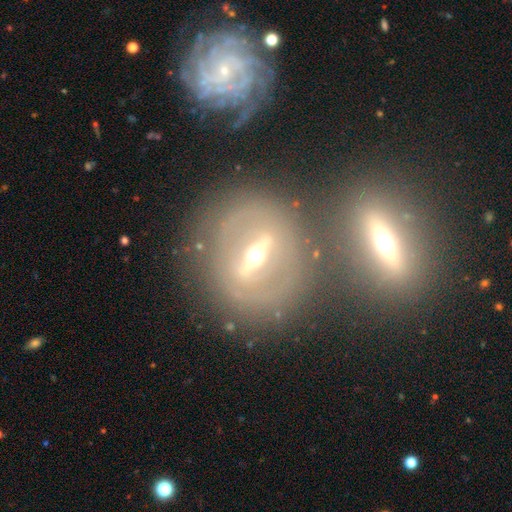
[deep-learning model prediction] smooth_or_featured: featured or disk (p=0.80) [alt: smooth p=0.12]
disk_edge_on: no (p=0.72) [alt: yes p=0.28]
bar: strong (p=0.76) [alt: weak p=0.16]
has_spiral_arms: no (p=0.68) [alt: yes p=0.32]
bulge_size: moderate (p=0.68) [alt: small p=0.25]
merging: none (p=0.70) [alt: minor disturbance p=0.12]